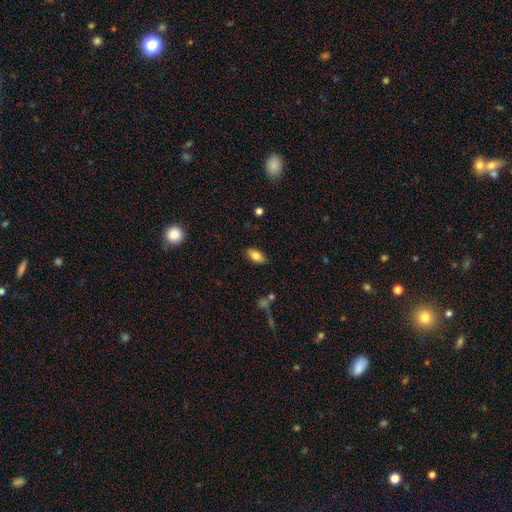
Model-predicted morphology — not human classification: Q: Smooth or featured?
A: smooth (82%); runner-up: featured or disk (10%)
Q: How rounded?
A: in between (91%); runner-up: cigar-shaped (5%)
Q: Merging?
A: none (87%); runner-up: minor disturbance (9%)